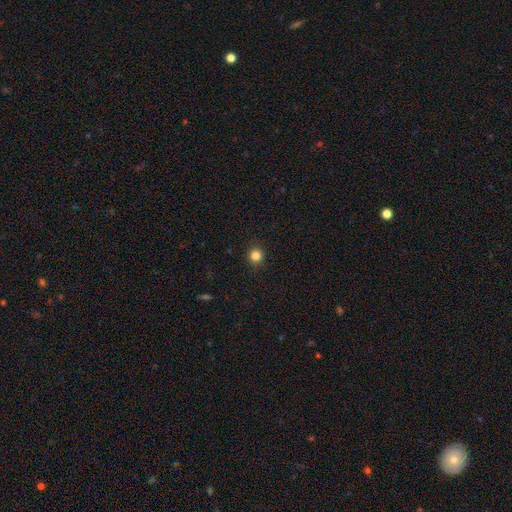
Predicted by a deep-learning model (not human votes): Q: Smooth or featured?
A: smooth (83%); runner-up: star or artifact (13%)
Q: How rounded?
A: round (92%); runner-up: in between (7%)
Q: Merging?
A: none (92%); runner-up: minor disturbance (6%)